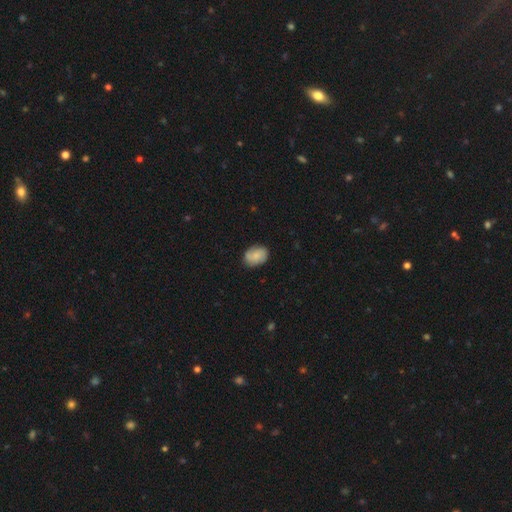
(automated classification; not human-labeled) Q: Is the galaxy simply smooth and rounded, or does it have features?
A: smooth — 64%.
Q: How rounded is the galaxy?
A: in between — 74%.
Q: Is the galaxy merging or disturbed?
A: none — 76%.